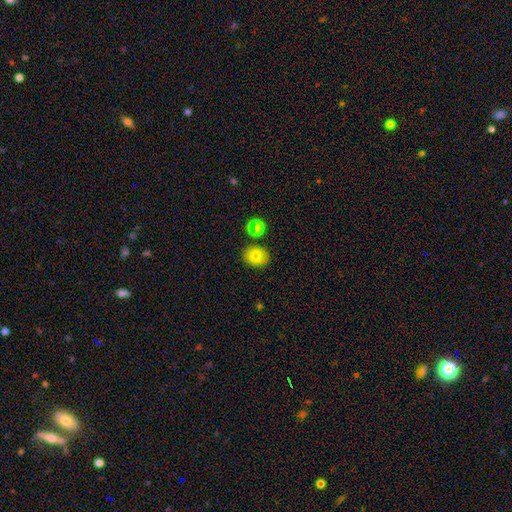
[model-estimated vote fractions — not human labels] Smooth or featured? Predicted: smooth (p=0.78). How rounded? Predicted: in between (p=0.54). Merging? Predicted: none (p=0.79).